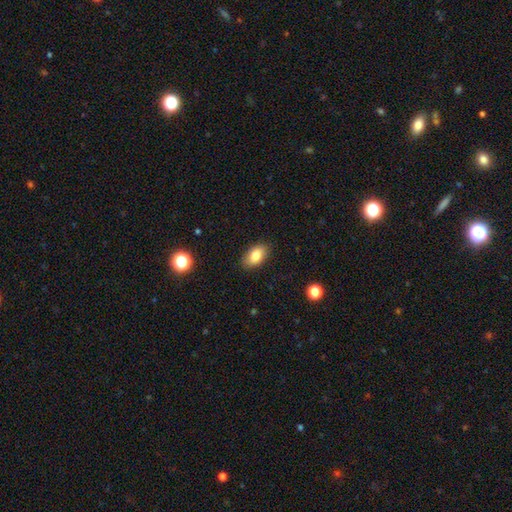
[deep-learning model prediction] Morphology: type=smooth (82%); roundness=in between (91%); merging=none (87%).